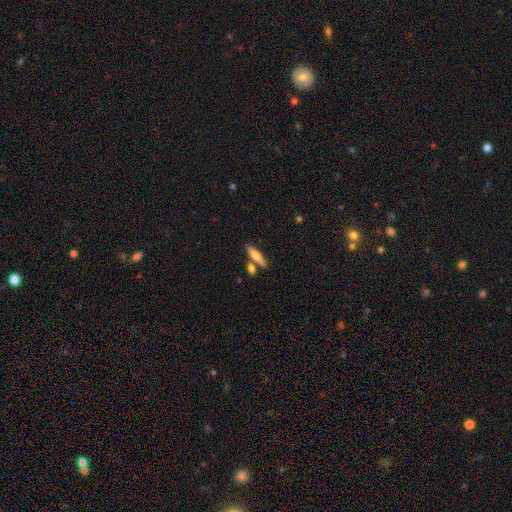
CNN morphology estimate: The model was most divided on "smooth or featured": smooth: 63%, featured or disk: 31%, star or artifact: 6%. More confident: merging — none (68%); how rounded — cigar-shaped (67%).